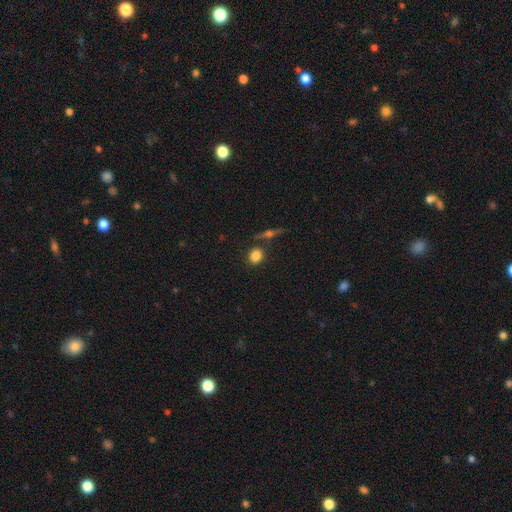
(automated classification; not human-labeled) smooth 81%, featured or disk 10%, star or artifact 9%. Down the decision tree: how rounded — round (75%); merging — none (79%).